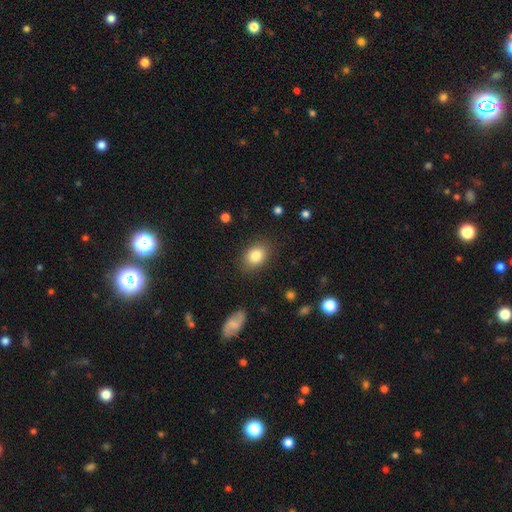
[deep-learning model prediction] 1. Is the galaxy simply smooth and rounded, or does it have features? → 84% smooth, 9% star or artifact, 8% featured or disk.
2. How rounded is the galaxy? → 69% in between, 30% round, 1% cigar-shaped.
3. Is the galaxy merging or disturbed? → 84% none, 11% minor disturbance, 3% major disturbance, 1% merger.